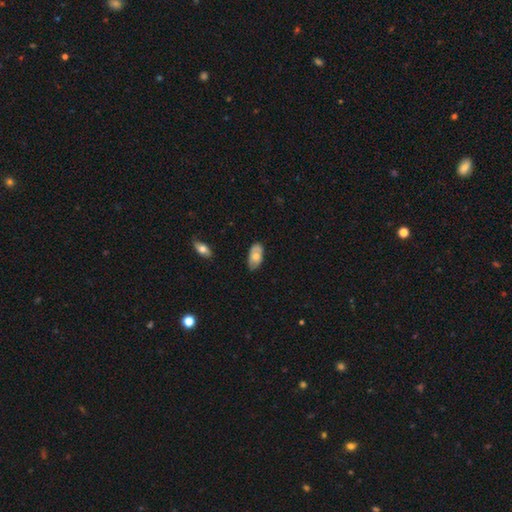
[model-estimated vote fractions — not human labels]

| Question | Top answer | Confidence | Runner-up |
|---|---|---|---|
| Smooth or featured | smooth | 60% | featured or disk (34%) |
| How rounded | in between | 93% | round (4%) |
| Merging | none | 72% | minor disturbance (23%) |